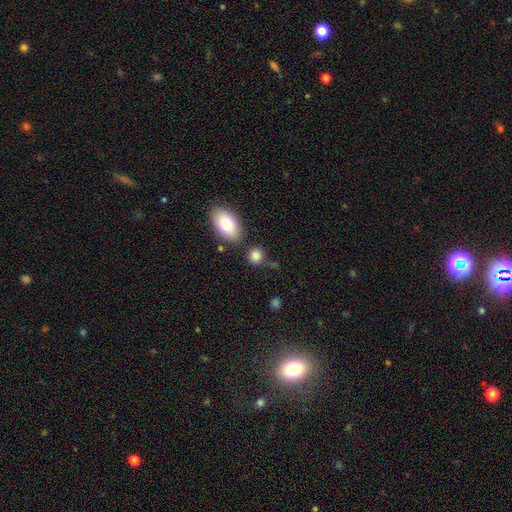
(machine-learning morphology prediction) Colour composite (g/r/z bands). It shows a smooth galaxy with no disk features (84%) that is round (69%). Merging: none (75%).